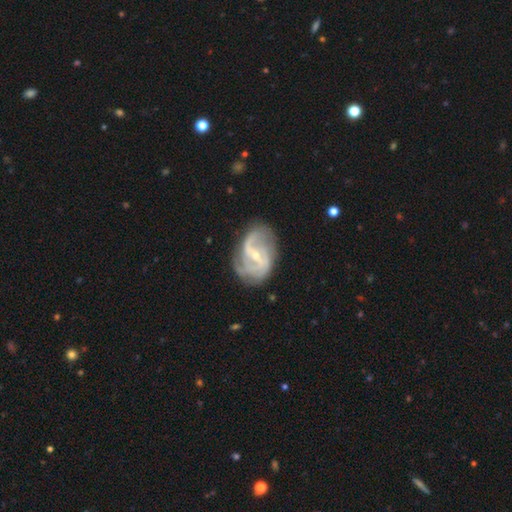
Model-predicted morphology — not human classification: featured or disk 87%, smooth 7%, star or artifact 6%. Down the decision tree: edge-on disk — no (97%); bar — weak (47%); spiral arms — yes (95%); spiral arm count — 2 (62%); spiral winding — medium (47%); bulge size — small (68%); merging — none (66%).